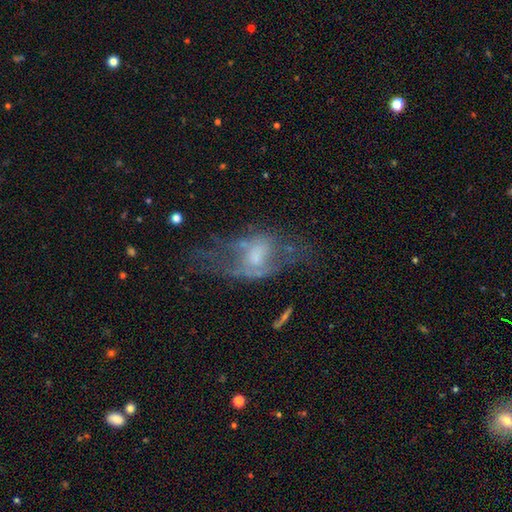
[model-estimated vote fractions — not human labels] A featured or disk galaxy (63%) with no bar (69%), no spiral arms (53%) and a moderate central bulge (38%). Merging: major disturbance (42%).